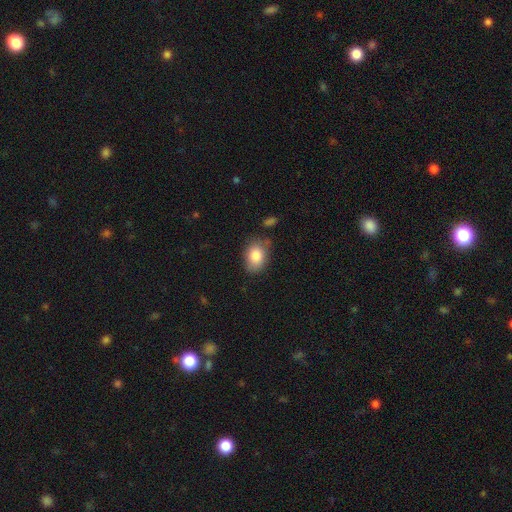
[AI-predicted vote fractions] Overall: smooth (84%). How rounded: in between (77%). Merging: none (75%).